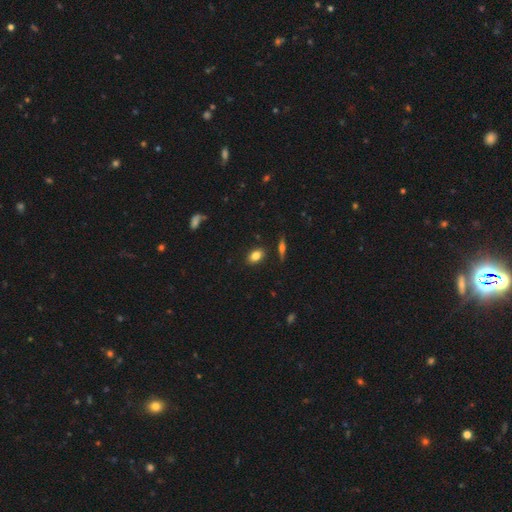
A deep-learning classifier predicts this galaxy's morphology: Smooth or featured? Predicted: smooth (p=0.83). How rounded? Predicted: in between (p=0.78). Merging? Predicted: none (p=0.86).